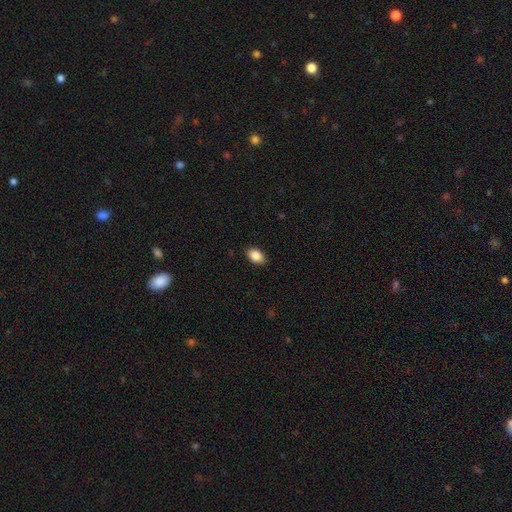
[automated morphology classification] smooth_or_featured: smooth (p=0.88) [alt: star or artifact p=0.08]
how_rounded: in between (p=0.88) [alt: round p=0.11]
merging: none (p=0.89) [alt: minor disturbance p=0.08]